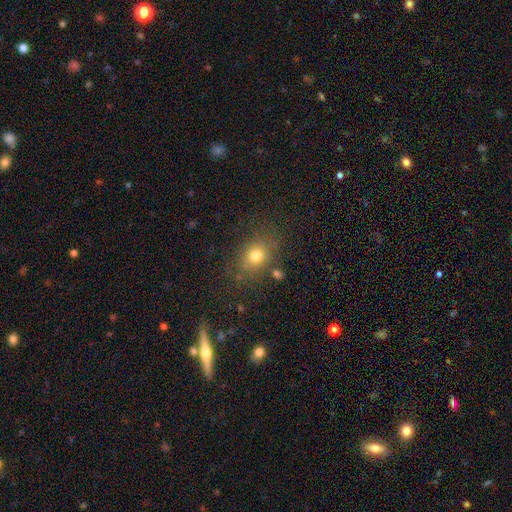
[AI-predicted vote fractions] A smooth galaxy with no disk features (75%) that is round (50%). Merging: none (76%).